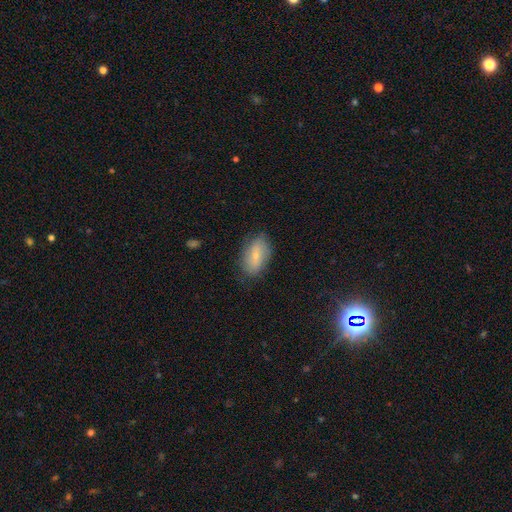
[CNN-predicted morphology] smooth 67%, featured or disk 25%, star or artifact 8%. Down the decision tree: how rounded — in between (91%); merging — none (77%).